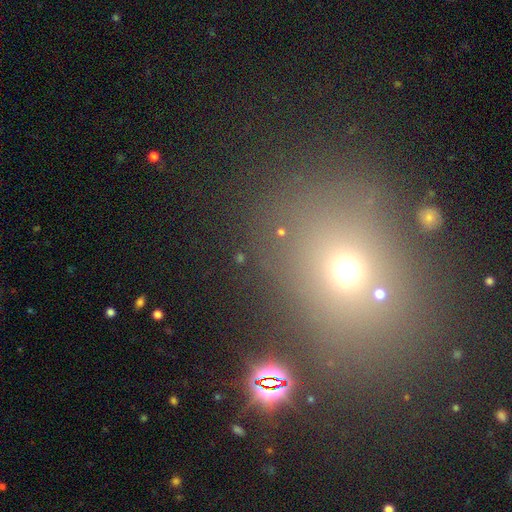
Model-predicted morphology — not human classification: Overall: smooth (55%; star or artifact 34%). How rounded: round (55%; in between 43%). Merging: none (76%).